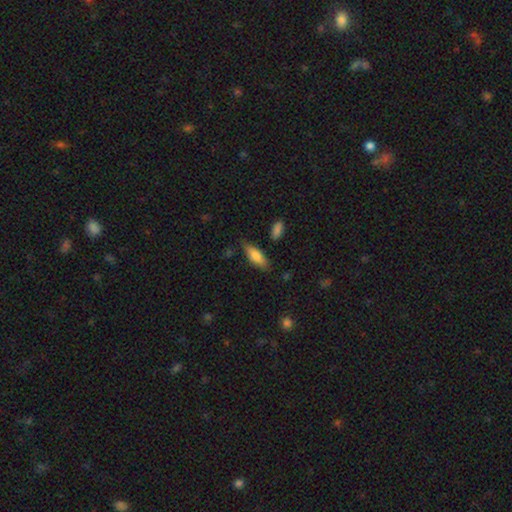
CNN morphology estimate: smooth_or_featured: smooth (p=0.78) [alt: featured or disk p=0.16]
how_rounded: in between (p=0.70) [alt: cigar-shaped p=0.28]
merging: none (p=0.76) [alt: minor disturbance p=0.17]